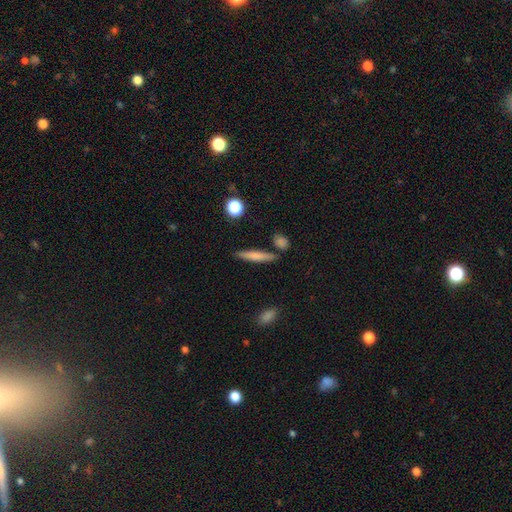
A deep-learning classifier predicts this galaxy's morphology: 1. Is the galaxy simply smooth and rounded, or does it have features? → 69% smooth, 24% featured or disk, 7% star or artifact.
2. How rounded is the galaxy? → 88% cigar-shaped, 9% in between, 3% round.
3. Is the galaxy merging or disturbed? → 82% none, 10% minor disturbance, 6% merger, 2% major disturbance.